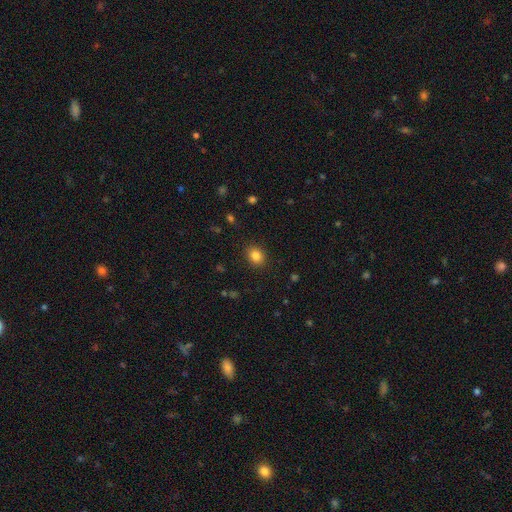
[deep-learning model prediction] Q: Smooth or featured?
A: smooth (84%); runner-up: star or artifact (11%)
Q: How rounded?
A: round (61%); runner-up: in between (38%)
Q: Merging?
A: none (88%); runner-up: minor disturbance (8%)